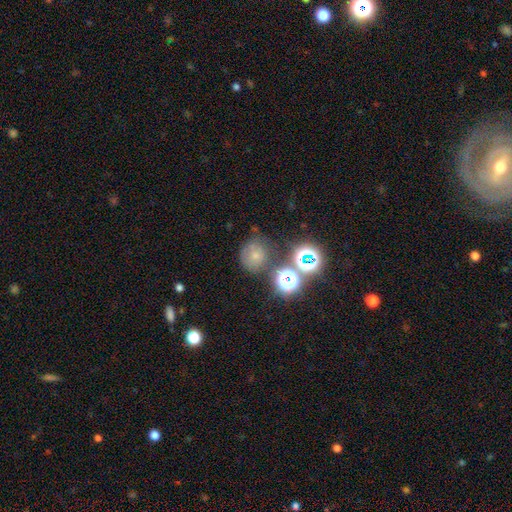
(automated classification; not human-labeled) The model was most divided on "smooth or featured": smooth: 61%, star or artifact: 23%, featured or disk: 16%. More confident: how rounded — round (83%); merging — none (60%).